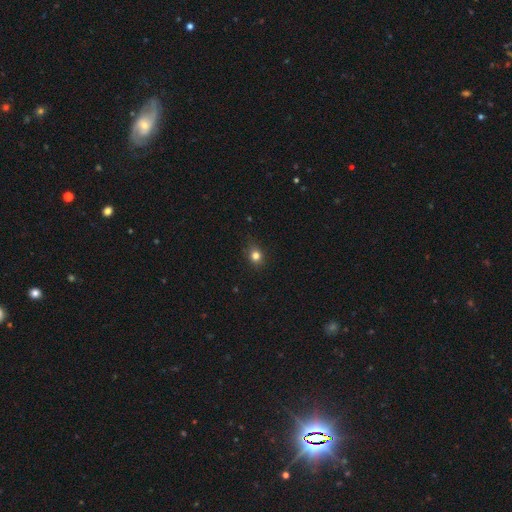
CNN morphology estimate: Overall: smooth (79%). How rounded: round (70%). Merging: none (84%).